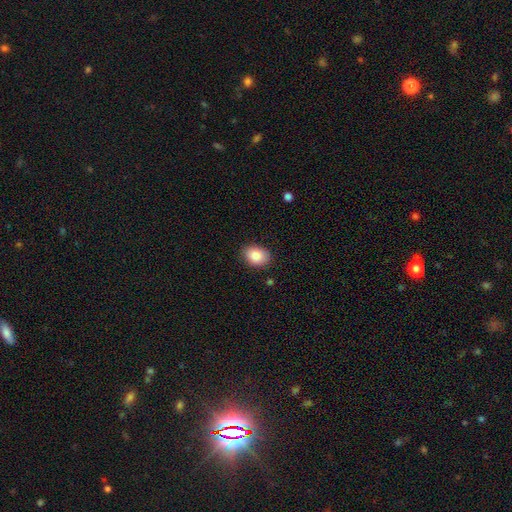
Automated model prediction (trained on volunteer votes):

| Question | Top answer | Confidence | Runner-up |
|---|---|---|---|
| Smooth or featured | smooth | 88% | star or artifact (7%) |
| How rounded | in between | 75% | round (24%) |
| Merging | none | 86% | minor disturbance (10%) |